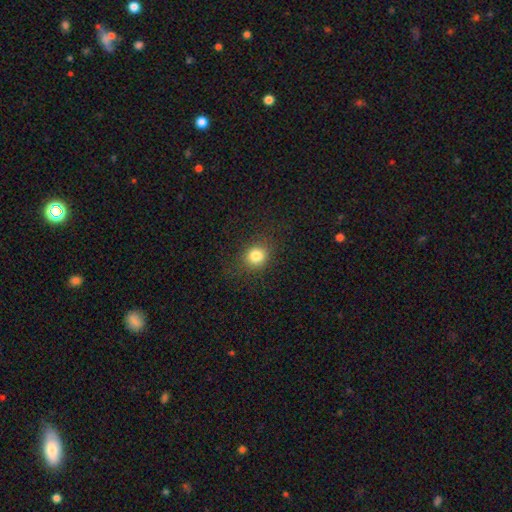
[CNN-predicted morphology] Smooth or featured?
  - smooth: 82% *
  - star or artifact: 12%
  - featured or disk: 6%
How rounded?
  - round: 78% *
  - in between: 21%
  - cigar-shaped: 1%
Merging?
  - none: 83% *
  - minor disturbance: 11%
  - major disturbance: 5%
  - merger: 1%